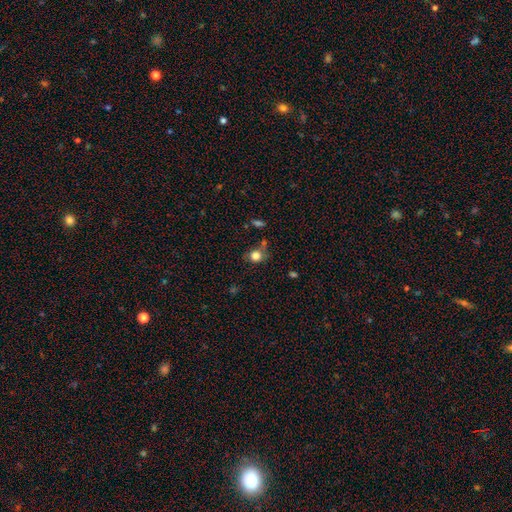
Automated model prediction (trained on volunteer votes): Smooth or featured?
  - smooth: 81% *
  - star or artifact: 11%
  - featured or disk: 8%
How rounded?
  - round: 77% *
  - in between: 22%
  - cigar-shaped: 1%
Merging?
  - none: 60% *
  - minor disturbance: 22%
  - merger: 10%
  - major disturbance: 8%